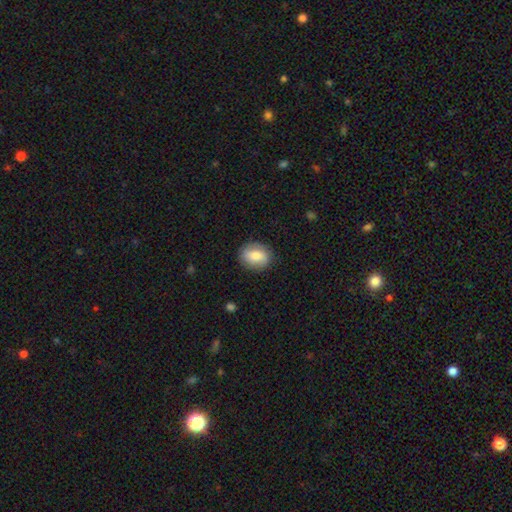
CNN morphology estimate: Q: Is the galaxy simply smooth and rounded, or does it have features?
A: smooth — 74%.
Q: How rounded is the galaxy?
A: in between — 55%.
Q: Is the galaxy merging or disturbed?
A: none — 85%.